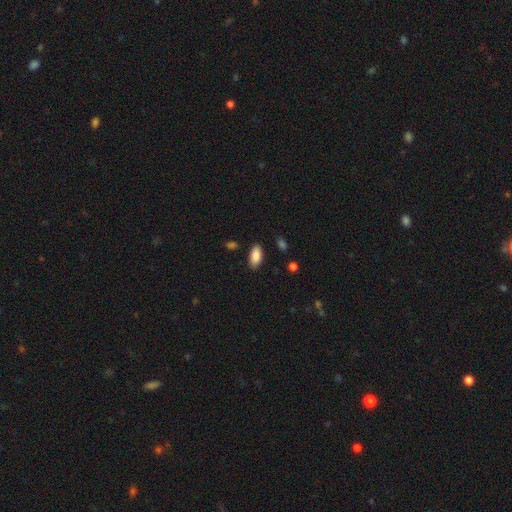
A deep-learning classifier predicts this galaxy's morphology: Smooth or featured: smooth — 90% (star or artifact — 7%)
How rounded: in between — 93% (cigar-shaped — 5%)
Merging: none — 86% (minor disturbance — 10%)